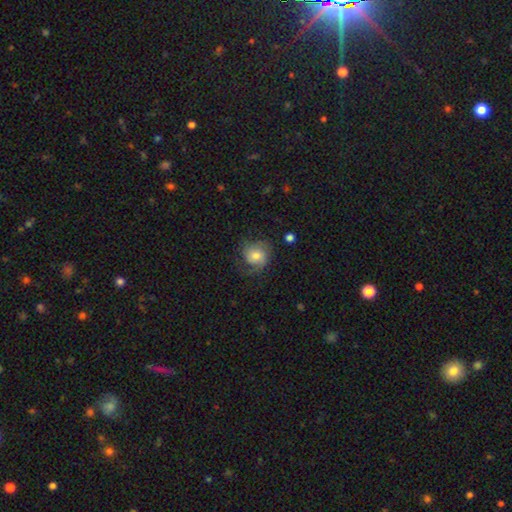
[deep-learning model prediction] This appears to be a smooth galaxy with no disk features (54%) that is round (77%). Merging: none (57%).